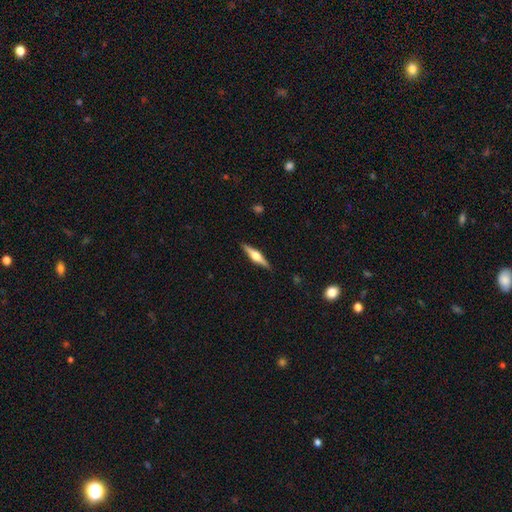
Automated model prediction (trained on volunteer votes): featured or disk 71%, smooth 24%, star or artifact 5%. Down the decision tree: edge-on disk — yes (98%); edge-on bulge — rounded (92%); merging — none (90%).